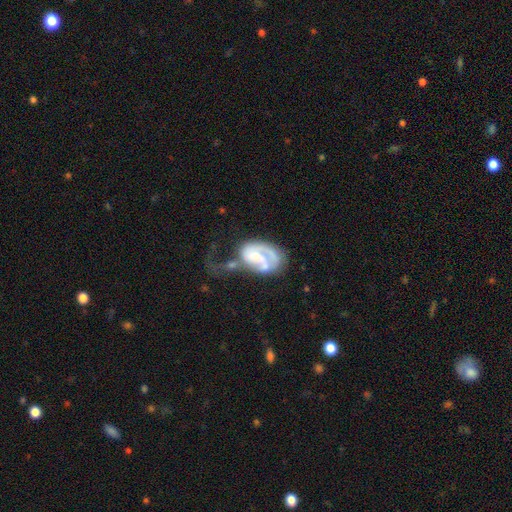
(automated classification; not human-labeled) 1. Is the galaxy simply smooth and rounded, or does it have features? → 75% featured or disk, 19% smooth, 6% star or artifact.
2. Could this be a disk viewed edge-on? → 98% no, 2% yes.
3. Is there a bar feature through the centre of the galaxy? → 56% no, 34% weak, 10% strong.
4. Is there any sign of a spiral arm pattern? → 81% yes, 19% no.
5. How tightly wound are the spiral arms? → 36% tight, 35% medium, 29% loose.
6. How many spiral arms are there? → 53% 1, 27% 2, 13% can't tell, 3% 3, 1% 4, 1% more than 4.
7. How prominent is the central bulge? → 42% small, 29% moderate, 21% none, 6% large, 2% dominant.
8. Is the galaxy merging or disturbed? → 45% major disturbance, 21% none, 18% minor disturbance, 16% merger.